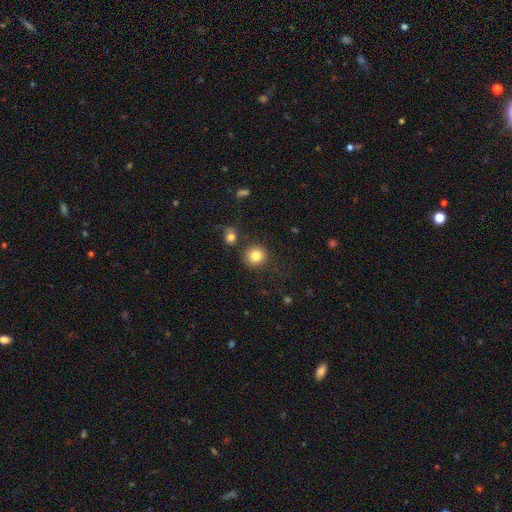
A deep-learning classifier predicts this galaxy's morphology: smooth-or-featured: smooth: 83% | star or artifact: 10% | featured or disk: 7%
  how-rounded: round: 92% | in between: 7% | cigar-shaped: 1%
  merging: none: 83% | minor disturbance: 8% | merger: 5% | major disturbance: 3%